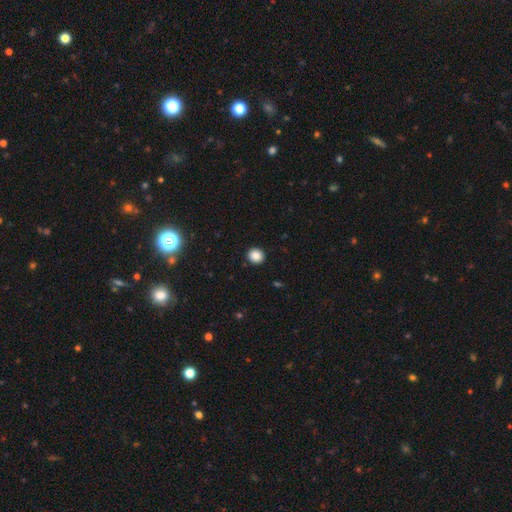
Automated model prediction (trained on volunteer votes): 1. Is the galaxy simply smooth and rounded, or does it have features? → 87% smooth, 10% star or artifact, 3% featured or disk.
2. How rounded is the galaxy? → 89% round, 10% in between, 1% cigar-shaped.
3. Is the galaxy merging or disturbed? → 92% none, 5% minor disturbance, 2% major disturbance, 1% merger.